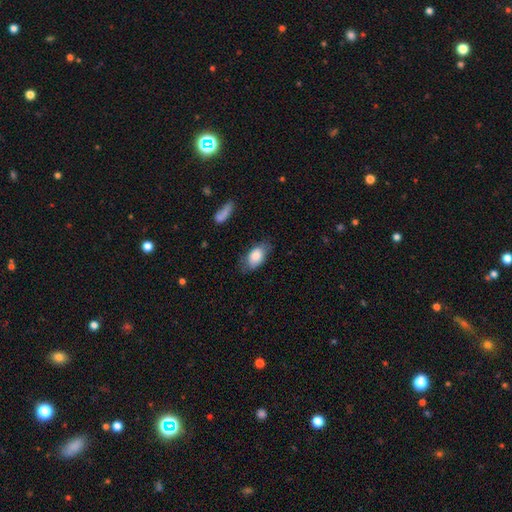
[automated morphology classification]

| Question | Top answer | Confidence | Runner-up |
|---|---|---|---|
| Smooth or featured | smooth | 80% | featured or disk (13%) |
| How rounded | in between | 92% | round (5%) |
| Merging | none | 68% | minor disturbance (24%) |